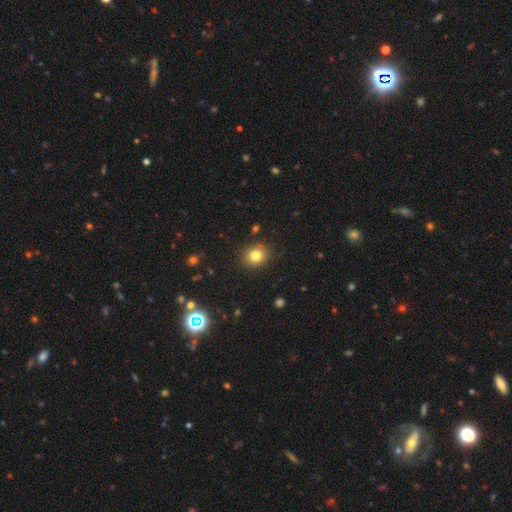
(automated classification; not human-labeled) The model was most divided on "how rounded": round: 78%, in between: 21%, cigar-shaped: 1%. More confident: merging — none (88%); smooth or featured — smooth (81%).